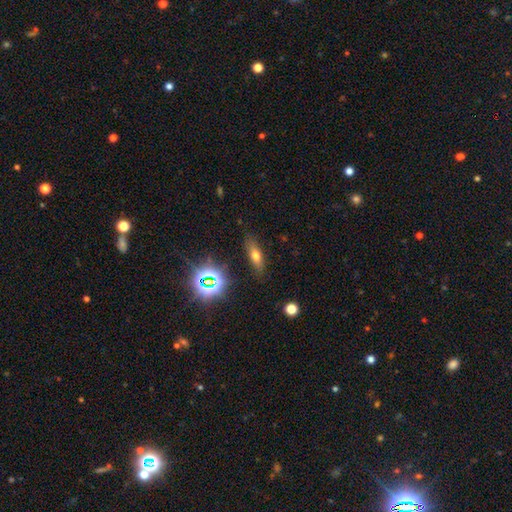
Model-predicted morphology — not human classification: This appears to be a smooth galaxy with no disk features (59%) that is in between round and cigar-shaped (53%). Merging: none (83%).